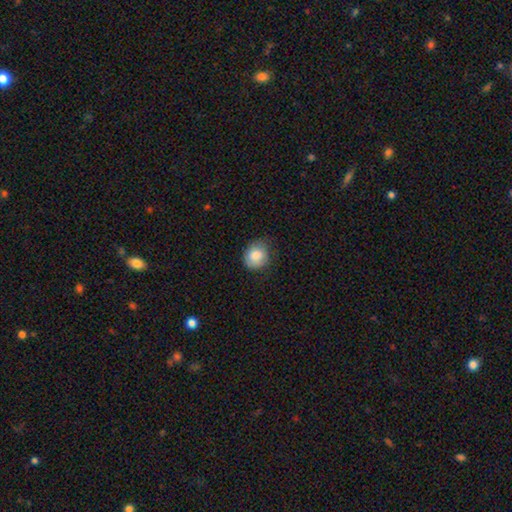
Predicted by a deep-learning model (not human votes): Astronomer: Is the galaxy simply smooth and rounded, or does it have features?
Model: smooth — 85%.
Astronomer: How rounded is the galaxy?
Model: round — 68%.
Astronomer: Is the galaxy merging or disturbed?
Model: none — 68%.